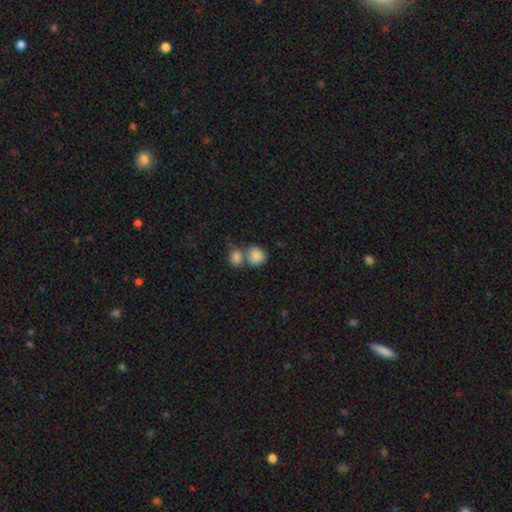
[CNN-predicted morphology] Overall: smooth (86%). How rounded: round (70%). Merging: merger (50%; none 37%).